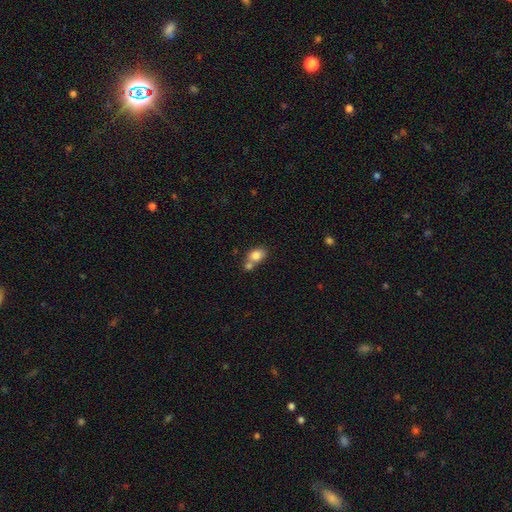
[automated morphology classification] A smooth galaxy with no disk features (82%) that is in between round and cigar-shaped (63%). Merging: merger (46%).